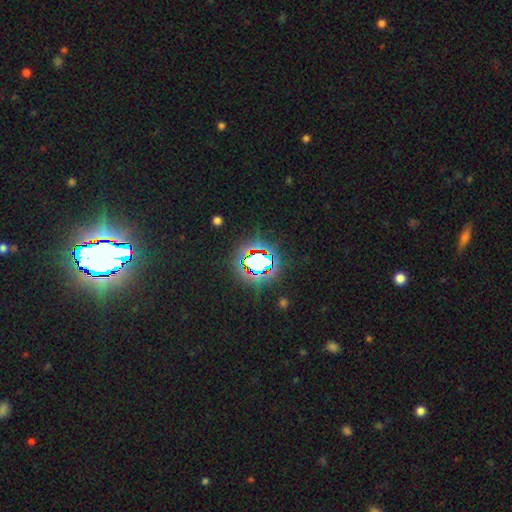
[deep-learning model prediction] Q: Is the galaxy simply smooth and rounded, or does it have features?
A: star or artifact — 76%.